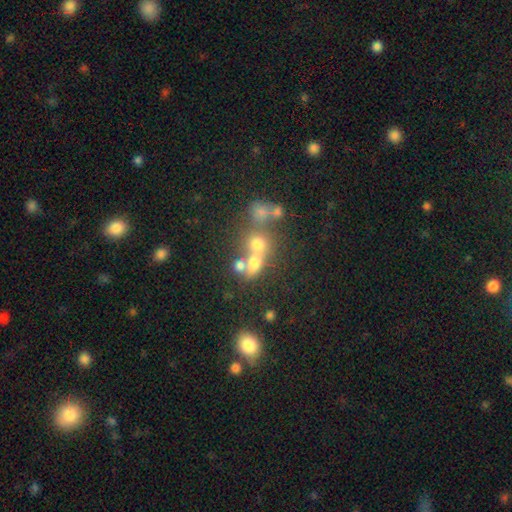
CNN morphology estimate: The model was most divided on "merging": merger: 48%, none: 37%, minor disturbance: 8%, major disturbance: 6%. Remaining: smooth or featured — smooth (48%).